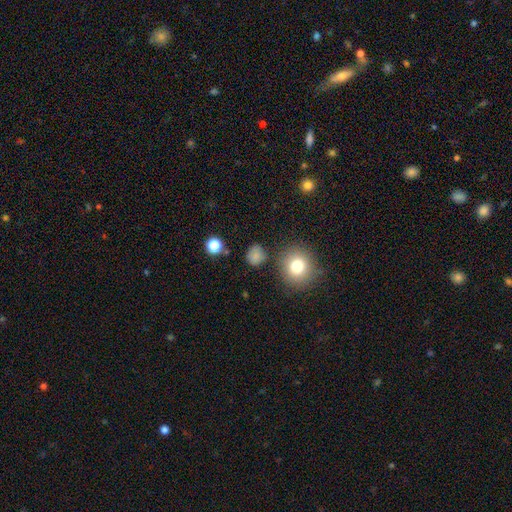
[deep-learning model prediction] This appears to be a smooth galaxy with no disk features (78%) that is round (80%). Merging: none (77%).